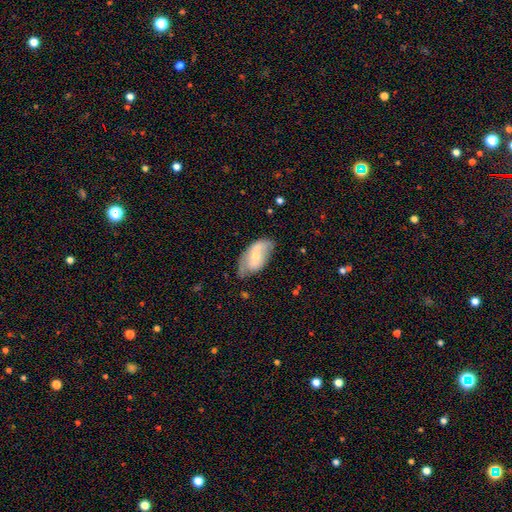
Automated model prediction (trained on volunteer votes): A featured or disk galaxy (47%). Merging: none (51%).